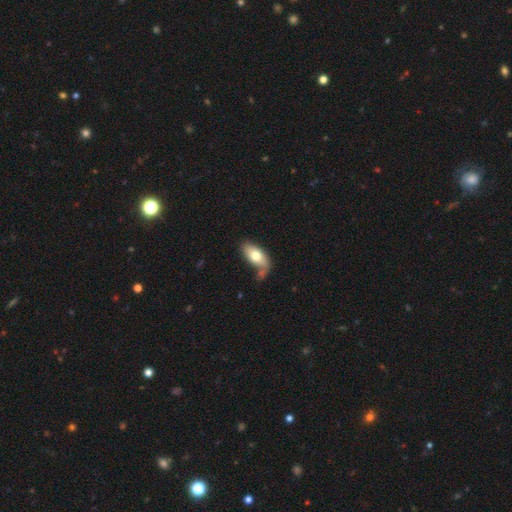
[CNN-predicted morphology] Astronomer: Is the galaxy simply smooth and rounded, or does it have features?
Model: smooth — 70%.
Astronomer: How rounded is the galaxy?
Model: in between — 90%.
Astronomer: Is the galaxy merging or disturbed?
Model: none — 45% (runner-up: minor disturbance, 23%).